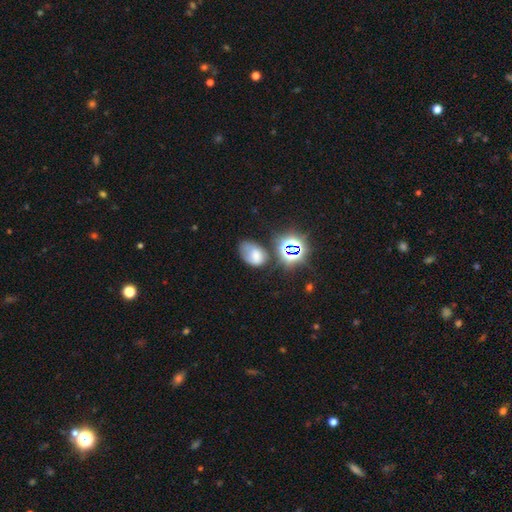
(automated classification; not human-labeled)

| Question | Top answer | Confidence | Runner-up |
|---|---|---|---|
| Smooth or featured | smooth | 60% | star or artifact (21%) |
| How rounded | in between | 82% | round (17%) |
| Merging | none | 42% | minor disturbance (31%) |